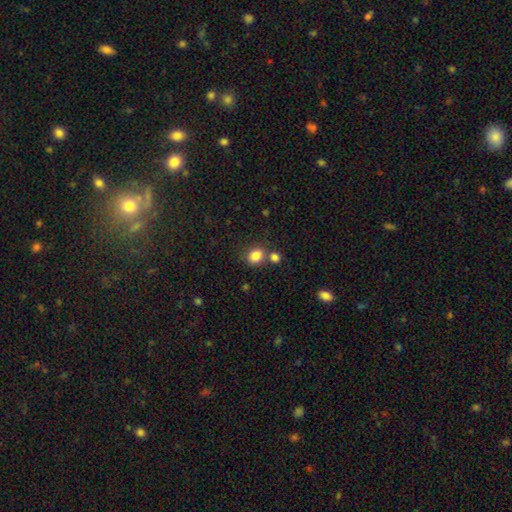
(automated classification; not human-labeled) Smooth or featured? smooth (84%)
How rounded? round (55%)
Merging? none (65%)